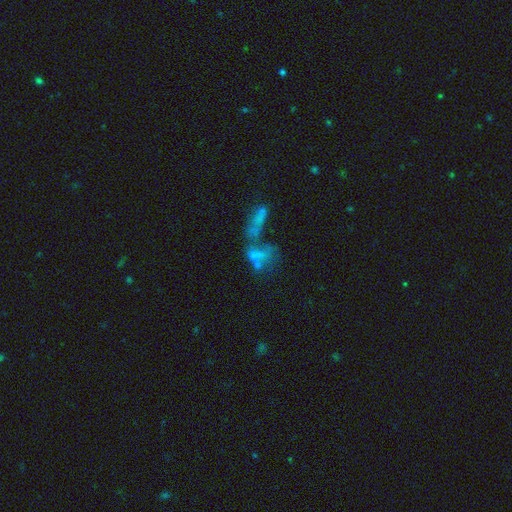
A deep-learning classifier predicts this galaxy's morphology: smooth-or-featured: smooth: 40% | featured or disk: 37% | star or artifact: 23%
  merging: merger: 53% | major disturbance: 20% | none: 19% | minor disturbance: 8%